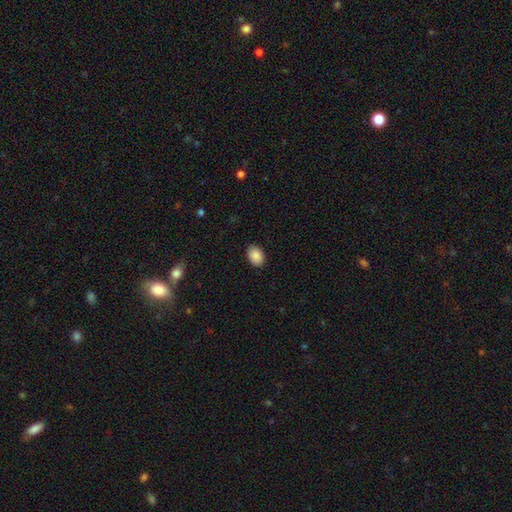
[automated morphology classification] type=smooth (90%); roundness=in between (82%); merging=none (88%).